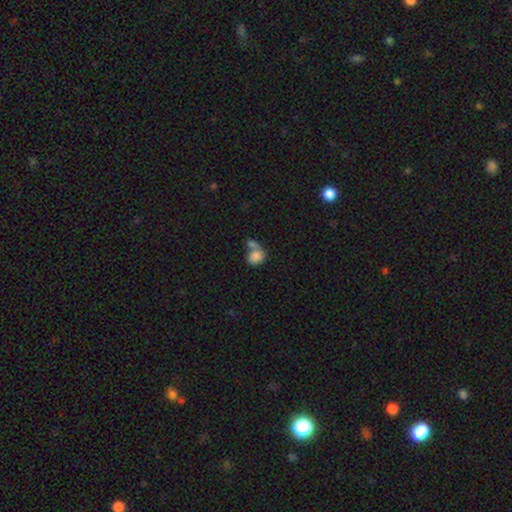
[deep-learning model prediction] Smooth or featured? smooth (82%)
How rounded? round (52%)
Merging? merger (55%)